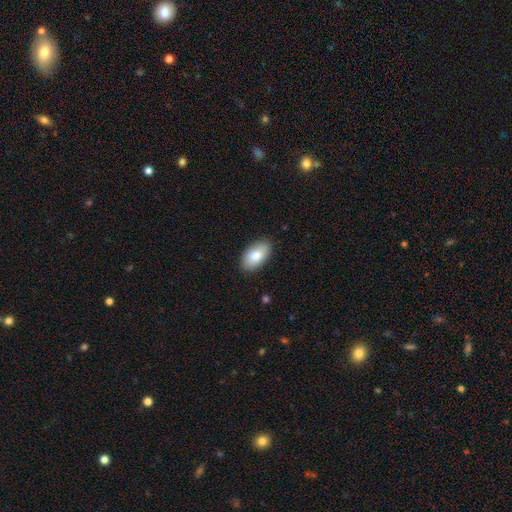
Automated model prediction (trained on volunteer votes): smooth-or-featured: smooth: 82% | featured or disk: 12% | star or artifact: 6%
  how-rounded: in between: 95% | round: 3% | cigar-shaped: 2%
  merging: none: 87% | minor disturbance: 10% | major disturbance: 2% | merger: 1%